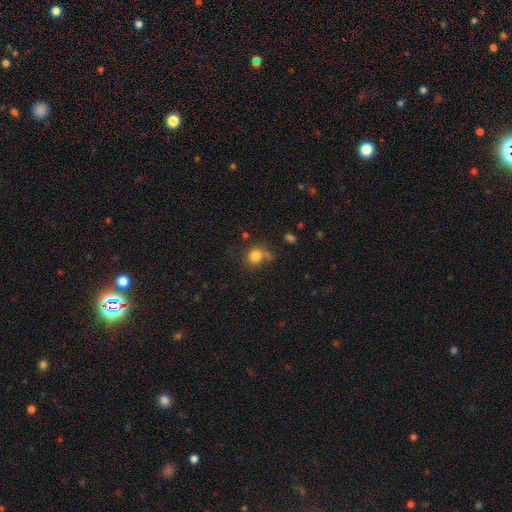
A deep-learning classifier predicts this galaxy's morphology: smooth_or_featured: smooth (p=0.81) [alt: star or artifact p=0.12]
how_rounded: round (p=0.78) [alt: in between p=0.21]
merging: none (p=0.58) [alt: minor disturbance p=0.21]